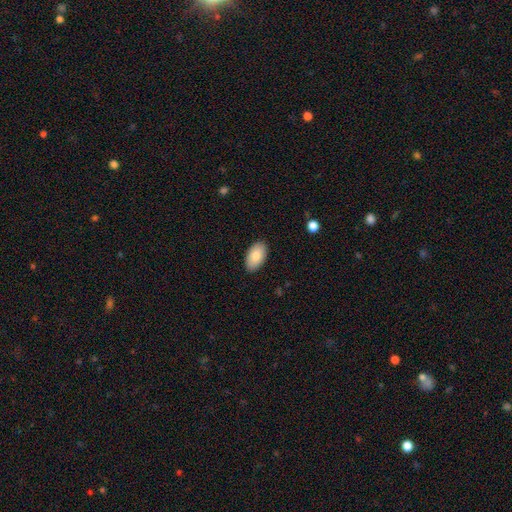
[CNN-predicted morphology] Smooth or featured? smooth (84%)
How rounded? in between (95%)
Merging? none (87%)